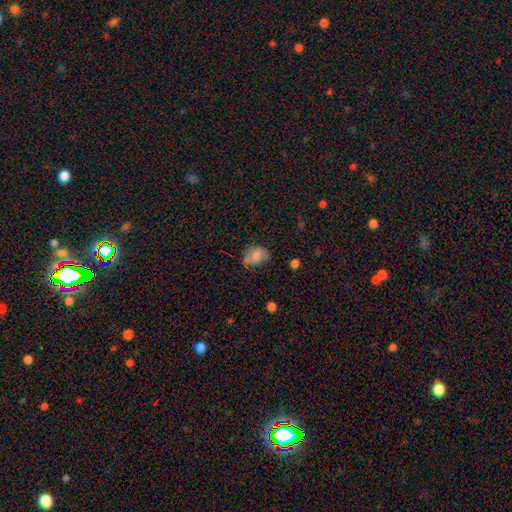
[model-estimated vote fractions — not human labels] The model was most divided on "how rounded": in between: 55%, round: 44%, cigar-shaped: 1%. More confident: smooth or featured — smooth (67%); merging — none (55%).